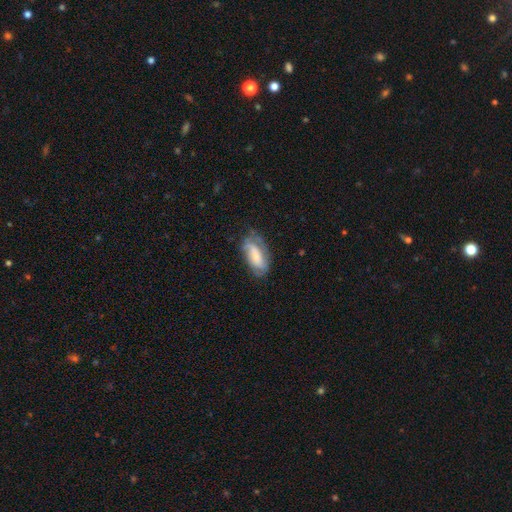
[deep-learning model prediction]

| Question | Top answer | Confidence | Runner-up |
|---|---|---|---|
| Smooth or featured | featured or disk | 60% | smooth (33%) |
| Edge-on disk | no | 93% | yes (7%) |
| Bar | no | 50% | weak (35%) |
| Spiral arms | yes | 84% | no (16%) |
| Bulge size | small | 54% | moderate (30%) |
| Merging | none | 62% | minor disturbance (25%) |